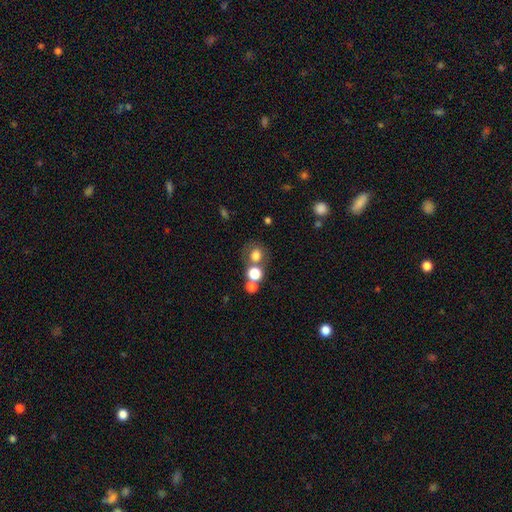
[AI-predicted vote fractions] Smooth or featured?
  - smooth: 72% *
  - star or artifact: 16%
  - featured or disk: 12%
How rounded?
  - round: 79% *
  - in between: 20%
  - cigar-shaped: 1%
Merging?
  - none: 57% *
  - merger: 27%
  - minor disturbance: 10%
  - major disturbance: 6%